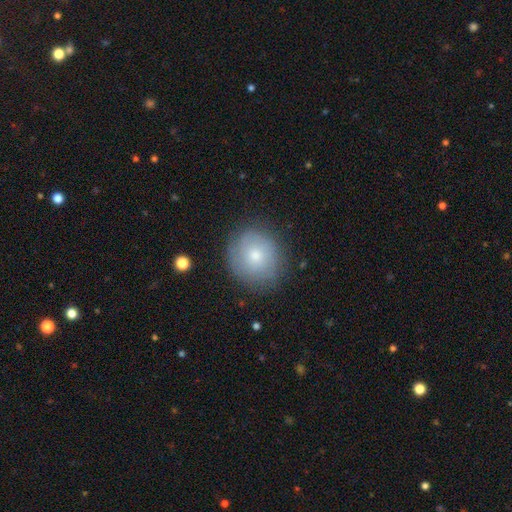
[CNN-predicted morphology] Smooth or featured: smooth — 61% (featured or disk — 30%)
How rounded: round — 87% (in between — 12%)
Merging: none — 81% (minor disturbance — 14%)